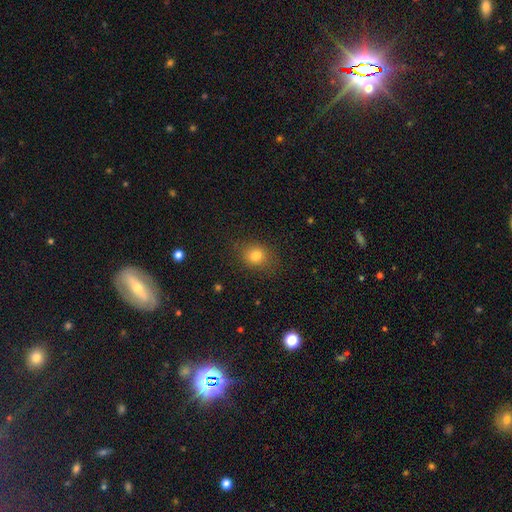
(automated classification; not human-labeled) The model was most divided on "how rounded": round: 70%, in between: 29%, cigar-shaped: 1%. More confident: merging — none (84%); smooth or featured — smooth (80%).